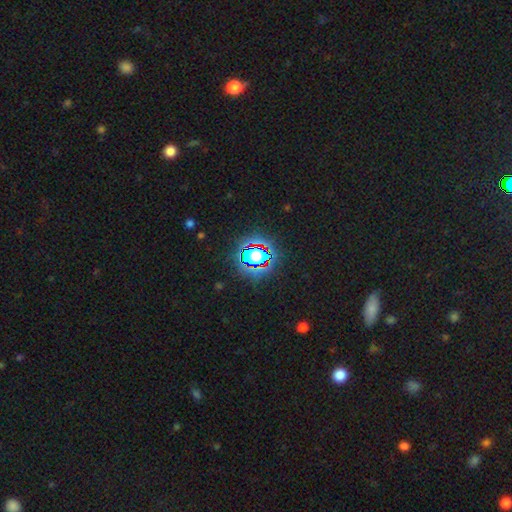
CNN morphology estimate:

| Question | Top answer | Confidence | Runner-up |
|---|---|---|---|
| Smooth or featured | star or artifact | 65% | smooth (23%) |